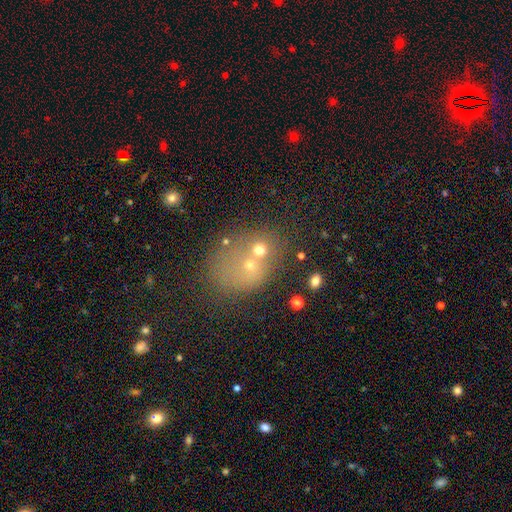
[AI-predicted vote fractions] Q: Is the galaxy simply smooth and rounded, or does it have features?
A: smooth — 48%.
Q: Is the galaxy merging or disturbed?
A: merger — 48%.